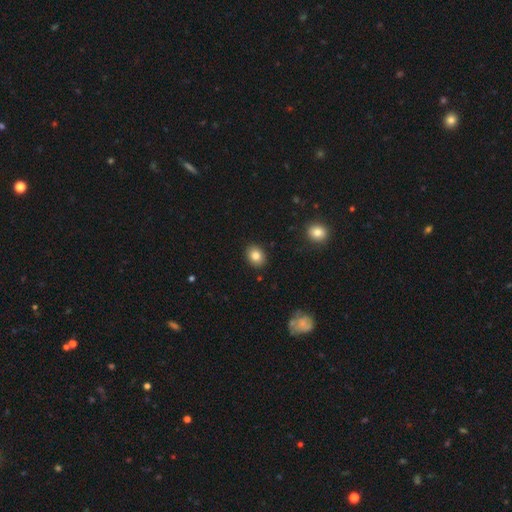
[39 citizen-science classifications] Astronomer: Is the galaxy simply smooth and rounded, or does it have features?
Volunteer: smooth — 77%.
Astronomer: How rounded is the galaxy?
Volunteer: in between — 63%.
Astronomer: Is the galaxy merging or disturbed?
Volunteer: none — 89%.